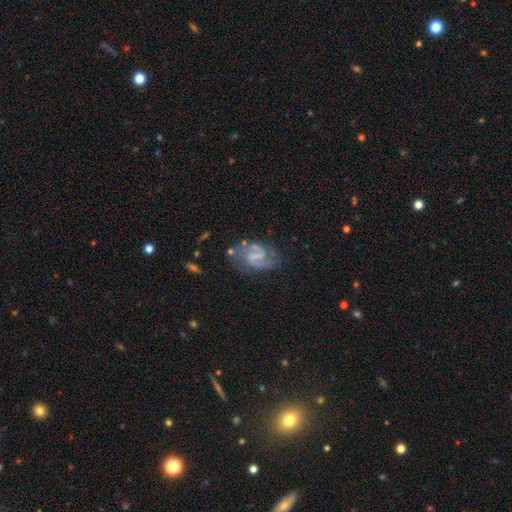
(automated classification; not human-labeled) Smooth or featured?
  - featured or disk: 85% *
  - smooth: 9%
  - star or artifact: 6%
Edge-on disk?
  - no: 98% *
  - yes: 2%
Bar?
  - weak: 51% *
  - no: 26%
  - strong: 22%
Spiral arms?
  - yes: 95% *
  - no: 5%
Spiral winding?
  - medium: 54% *
  - loose: 24%
  - tight: 22%
Spiral arm count?
  - 2: 88% *
  - can't tell: 5%
  - 1: 3%
  - 3: 2%
  - 4: 1%
  - more than 4: 1%
Bulge size?
  - none: 51% *
  - small: 35%
  - moderate: 11%
  - large: 2%
  - dominant: 1%
Merging?
  - none: 64% *
  - minor disturbance: 20%
  - major disturbance: 11%
  - merger: 4%